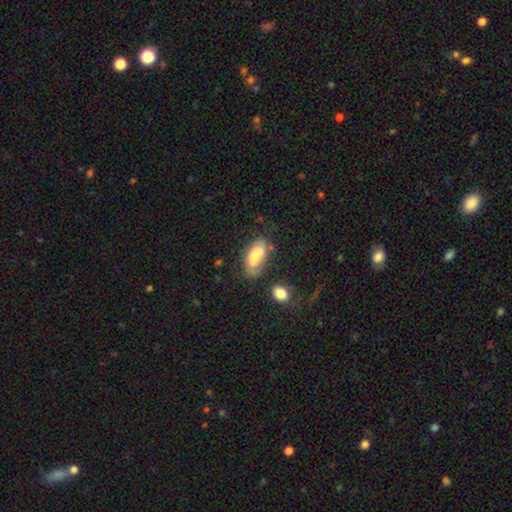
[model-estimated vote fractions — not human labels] smooth-or-featured: smooth: 72% | featured or disk: 21% | star or artifact: 7%
  how-rounded: in between: 88% | cigar-shaped: 9% | round: 3%
  merging: none: 62% | minor disturbance: 24% | major disturbance: 8% | merger: 6%